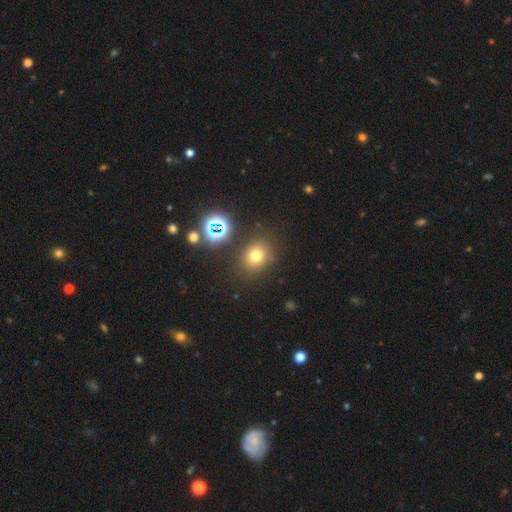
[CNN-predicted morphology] smooth-or-featured: smooth: 68% | star or artifact: 23% | featured or disk: 9%
  how-rounded: round: 65% | in between: 34% | cigar-shaped: 1%
  merging: none: 83% | minor disturbance: 9% | merger: 4% | major disturbance: 4%